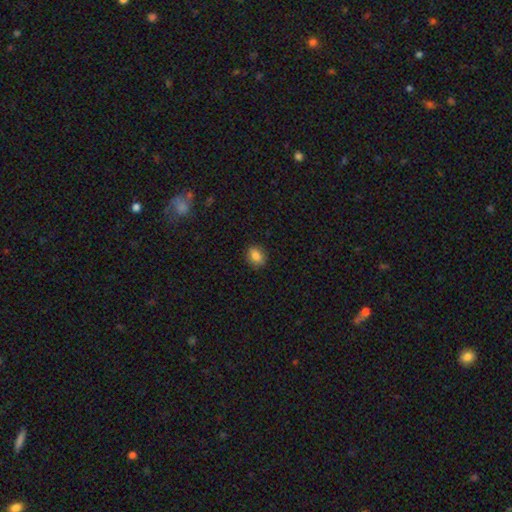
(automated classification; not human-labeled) smooth-or-featured: smooth: 84% | star or artifact: 10% | featured or disk: 7%
  how-rounded: in between: 62% | round: 36% | cigar-shaped: 2%
  merging: none: 86% | minor disturbance: 11% | major disturbance: 2% | merger: 1%